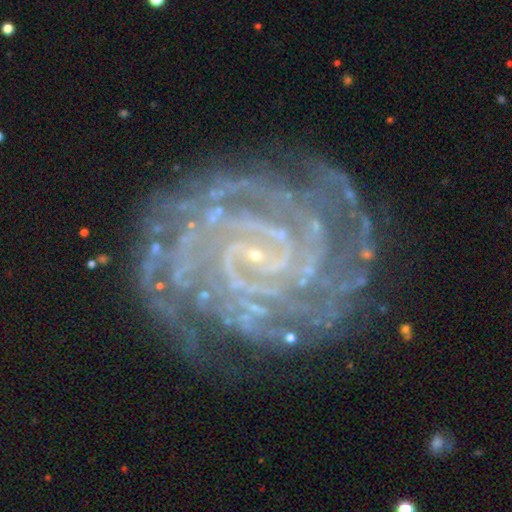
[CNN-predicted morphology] smooth_or_featured: featured or disk (p=0.90) [alt: star or artifact p=0.06]
disk_edge_on: no (p=0.98) [alt: yes p=0.02]
bar: no (p=0.39) [alt: weak p=0.37]
has_spiral_arms: yes (p=0.98) [alt: no p=0.02]
spiral_winding: tight (p=0.85) [alt: medium p=0.12]
spiral_arm_count: 2 (p=0.21) [alt: can't tell p=0.18]
bulge_size: small (p=0.79) [alt: none p=0.14]
merging: none (p=0.80) [alt: minor disturbance p=0.13]